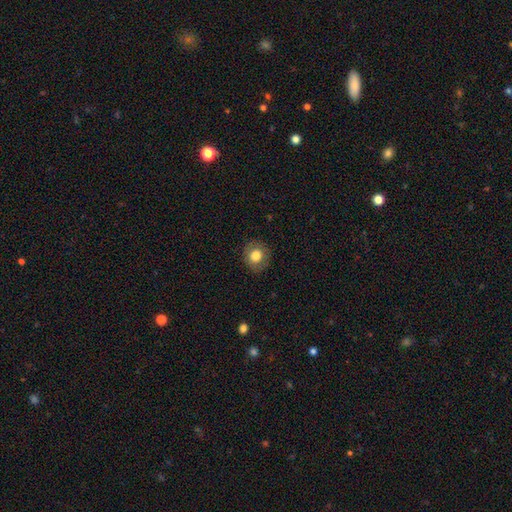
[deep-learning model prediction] Morphology: type=smooth (78%); roundness=round (81%); merging=none (88%).